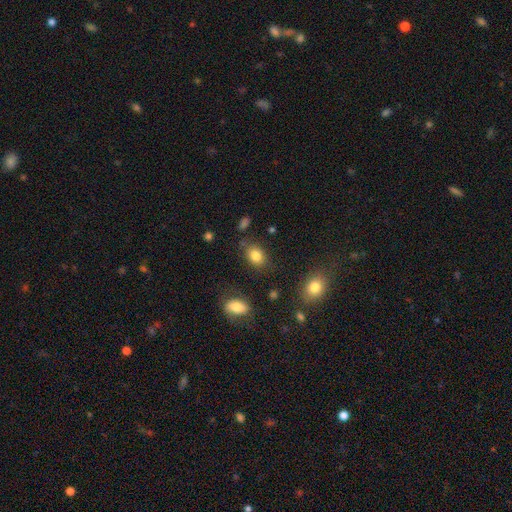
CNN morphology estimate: type=smooth (83%); roundness=in between (69%); merging=none (76%).